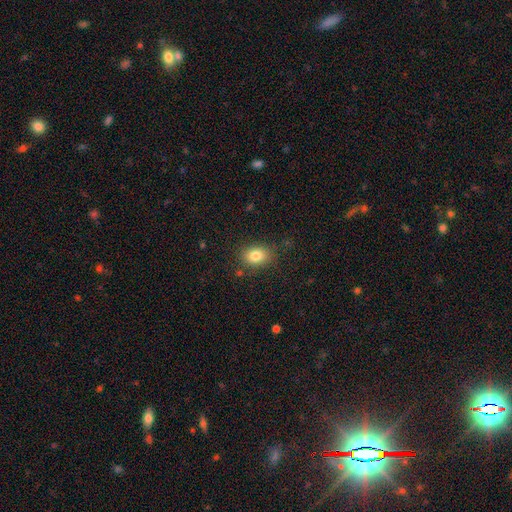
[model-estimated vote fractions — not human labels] Q: Smooth or featured?
A: smooth (82%); runner-up: star or artifact (10%)
Q: How rounded?
A: in between (71%); runner-up: round (28%)
Q: Merging?
A: none (82%); runner-up: minor disturbance (12%)